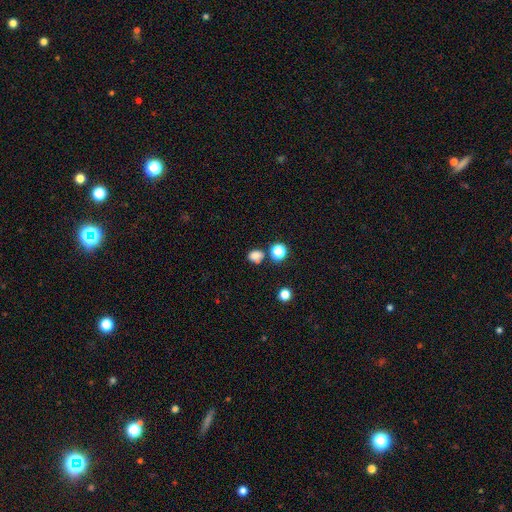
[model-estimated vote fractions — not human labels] smooth_or_featured: smooth (p=0.76) [alt: star or artifact p=0.18]
how_rounded: round (p=0.50) [alt: in between p=0.49]
merging: none (p=0.66) [alt: minor disturbance p=0.16]